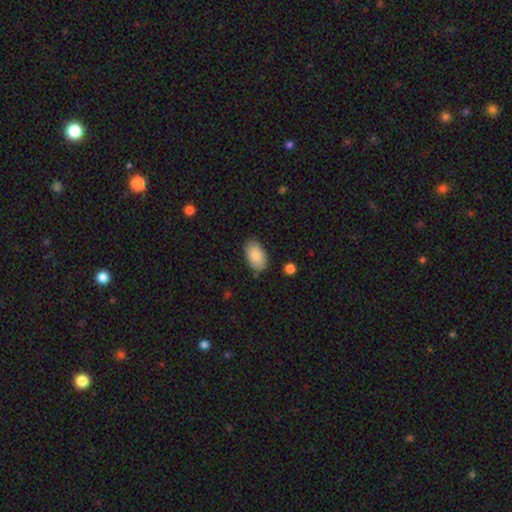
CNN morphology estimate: smooth 87%, featured or disk 7%, star or artifact 6%. Down the decision tree: how rounded — in between (94%); merging — none (83%).